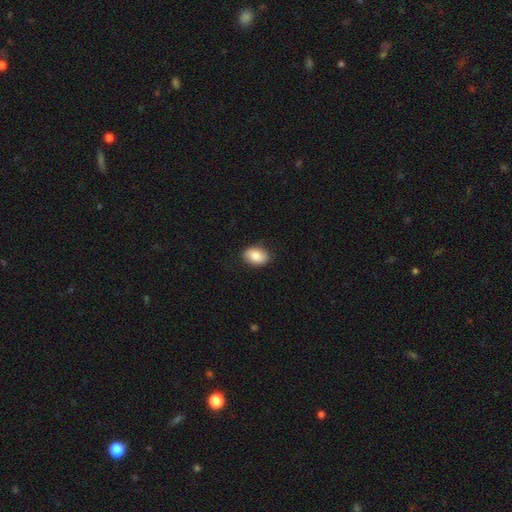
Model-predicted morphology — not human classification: This appears to be a smooth galaxy with no disk features (84%) that is in between round and cigar-shaped (85%). Merging: none (87%).